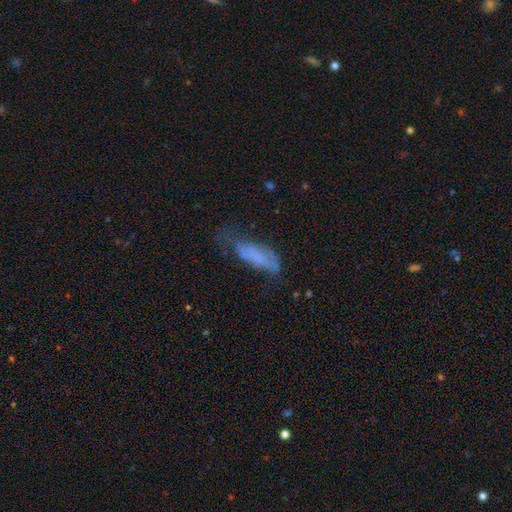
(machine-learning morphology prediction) A smooth galaxy with no disk features (59%) that is in between round and cigar-shaped (55%).

Vote fractions:
- Smooth or featured? smooth: 59% / featured or disk: 29% / star or artifact: 11%
- How rounded? in between: 55% / cigar-shaped: 43% / round: 2%
- Merging? none: 35% / minor disturbance: 34% / major disturbance: 28% / merger: 3%